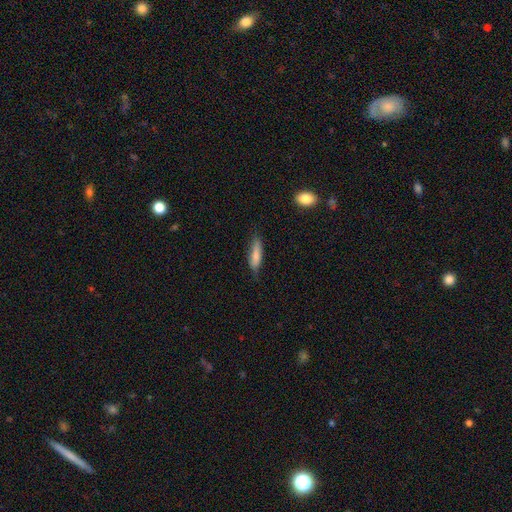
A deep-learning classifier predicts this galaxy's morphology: smooth_or_featured: smooth (p=0.77) [alt: featured or disk p=0.17]
how_rounded: cigar-shaped (p=0.64) [alt: in between p=0.35]
merging: none (p=0.70) [alt: minor disturbance p=0.24]